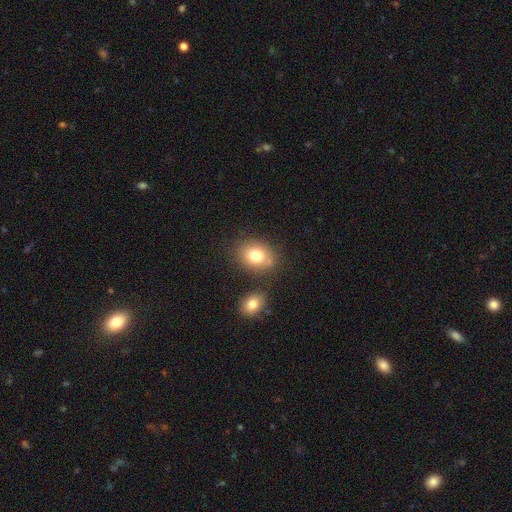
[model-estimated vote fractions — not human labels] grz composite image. It shows a smooth galaxy with no disk features (78%) that is in between round and cigar-shaped (51%). Merging: none (69%).